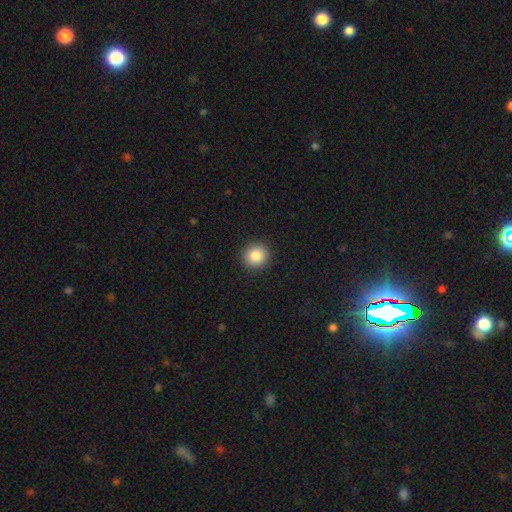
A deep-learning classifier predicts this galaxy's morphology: Smooth or featured? smooth (86%)
How rounded? round (91%)
Merging? none (92%)